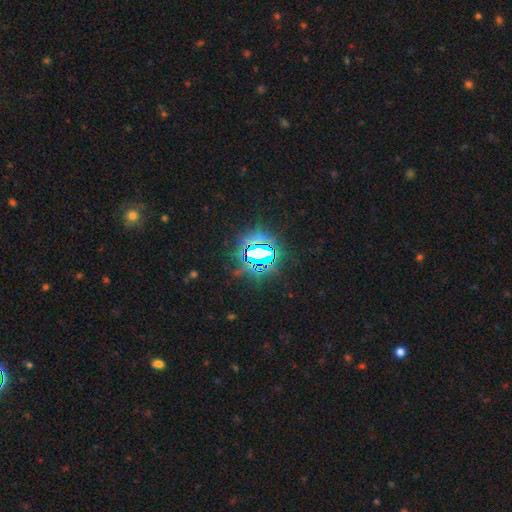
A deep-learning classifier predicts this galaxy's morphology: star or artifact 79%, smooth 12%, featured or disk 9%.